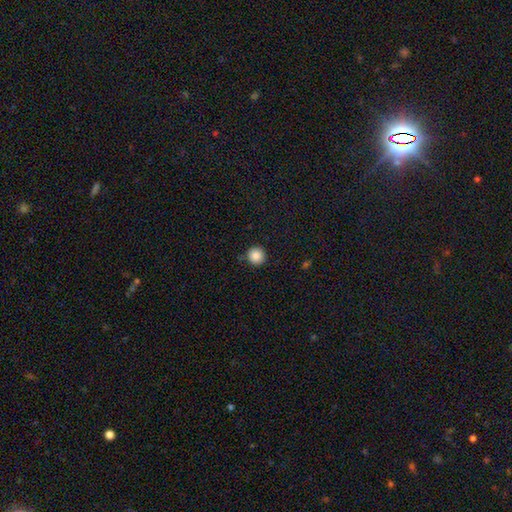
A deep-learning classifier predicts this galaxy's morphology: This is clearly a smooth galaxy (87%). How rounded: clearly round (96%). Merging: clearly none (89%).